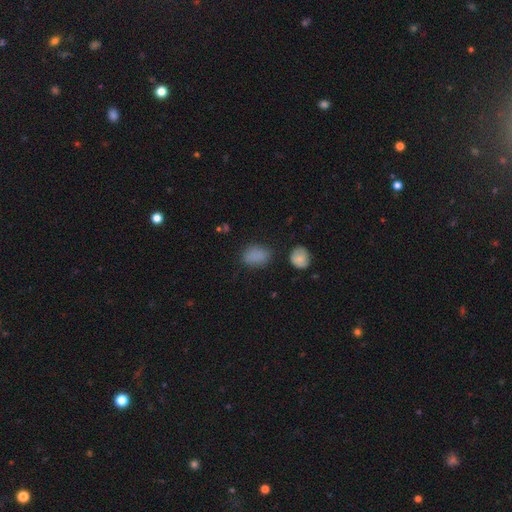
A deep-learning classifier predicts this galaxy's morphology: Overall: smooth (83%). How rounded: in between (71%). Merging: none (74%).